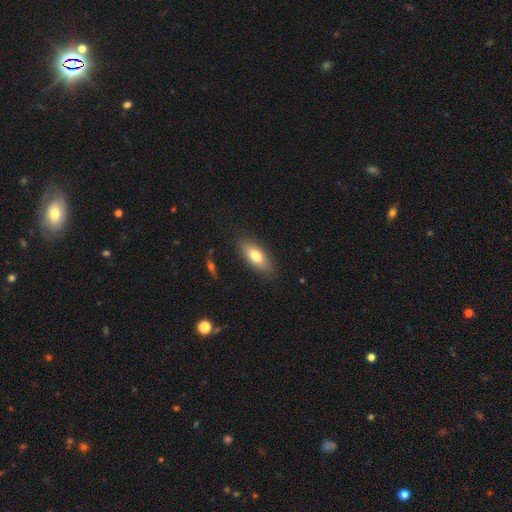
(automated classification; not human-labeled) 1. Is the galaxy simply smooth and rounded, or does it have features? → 74% smooth, 19% featured or disk, 7% star or artifact.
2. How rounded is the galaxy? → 79% in between, 18% cigar-shaped, 3% round.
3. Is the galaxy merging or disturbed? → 84% none, 12% minor disturbance, 3% major disturbance, 1% merger.